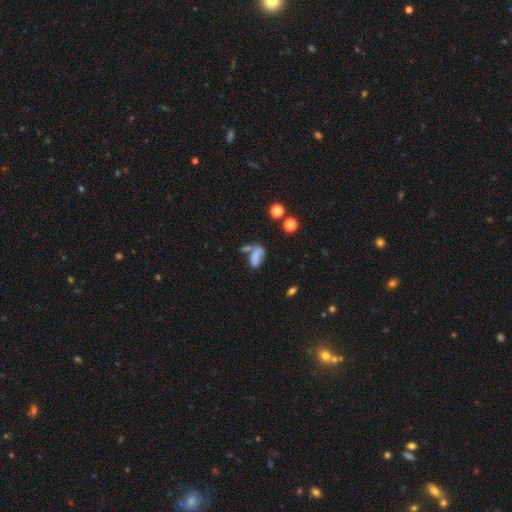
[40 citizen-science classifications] A smooth galaxy with no disk features (78%) that is in between round and cigar-shaped (97%). Merging: none (29%).